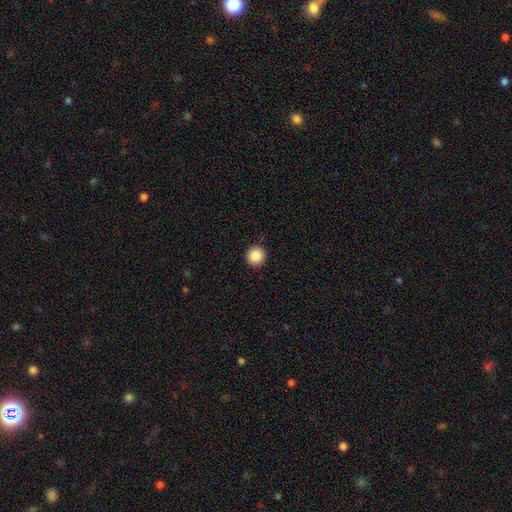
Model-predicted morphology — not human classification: Overall: smooth (88%). How rounded: round (95%). Merging: none (92%).